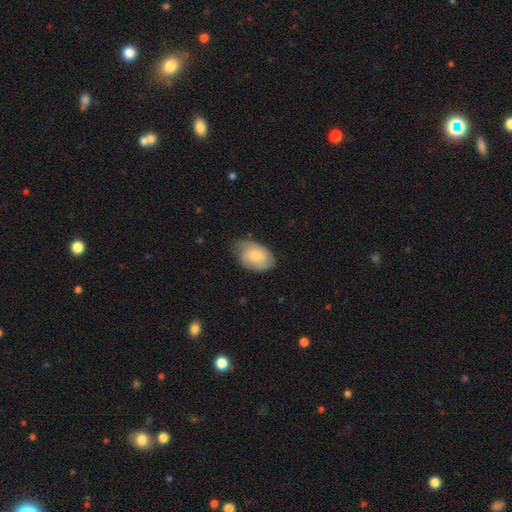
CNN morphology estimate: This is possibly a smooth galaxy (59%). How rounded: clearly in between (84%). Merging: likely none (60%).